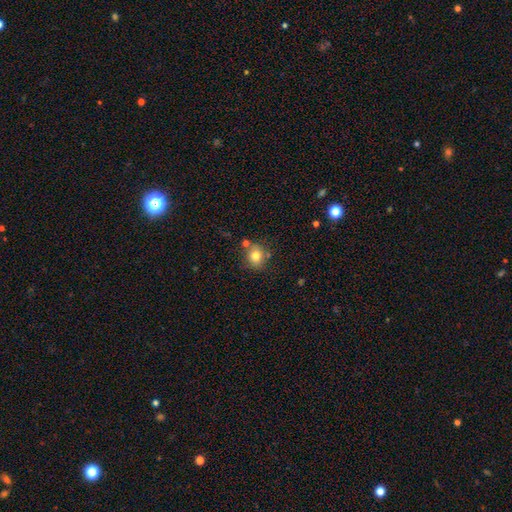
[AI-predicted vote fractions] This is likely a smooth galaxy (77%). How rounded: likely round (79%). Merging: likely none (73%).